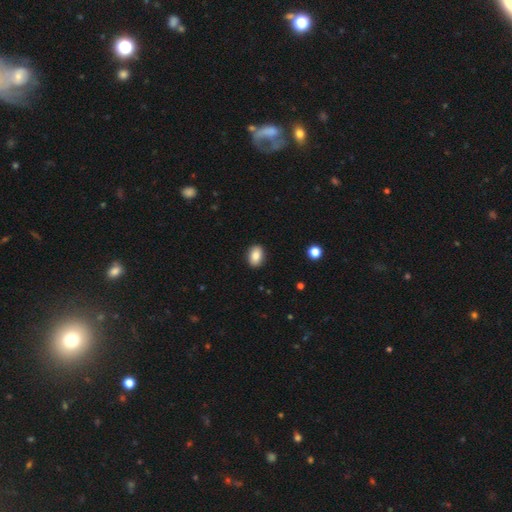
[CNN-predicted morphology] A smooth galaxy with no disk features (86%) that is in between round and cigar-shaped (81%). Merging: none (90%).